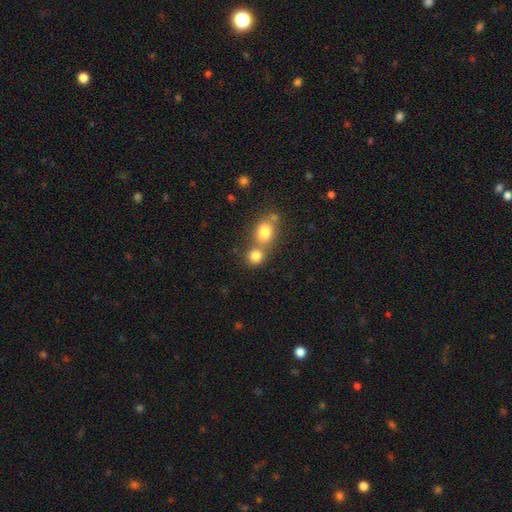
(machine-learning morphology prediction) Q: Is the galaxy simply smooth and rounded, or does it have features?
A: smooth — 80%.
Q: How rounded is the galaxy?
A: round — 74%.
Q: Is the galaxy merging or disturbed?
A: merger — 48%.